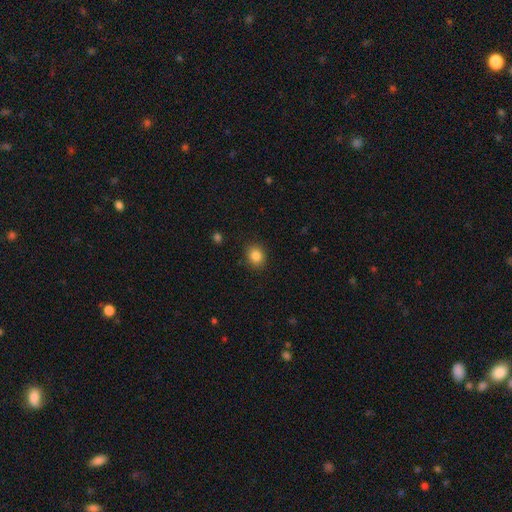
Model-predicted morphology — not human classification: Smooth or featured? smooth (86%)
How rounded? round (67%)
Merging? none (88%)